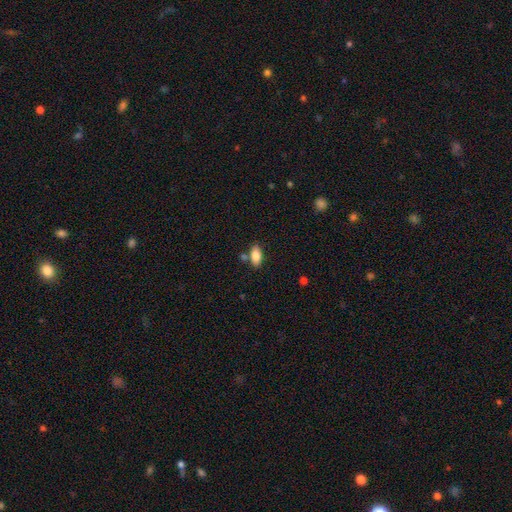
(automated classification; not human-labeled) Overall: smooth (85%). How rounded: in between (91%). Merging: none (76%).